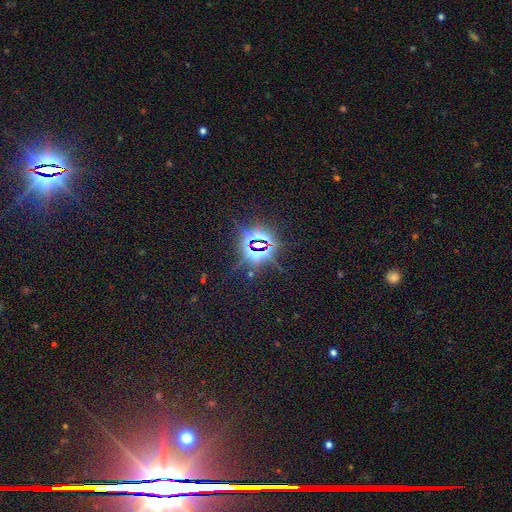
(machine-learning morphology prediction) A star or artifact, not a galaxy (84%).

Vote fractions:
- Smooth or featured? star or artifact: 84% / smooth: 9% / featured or disk: 7%